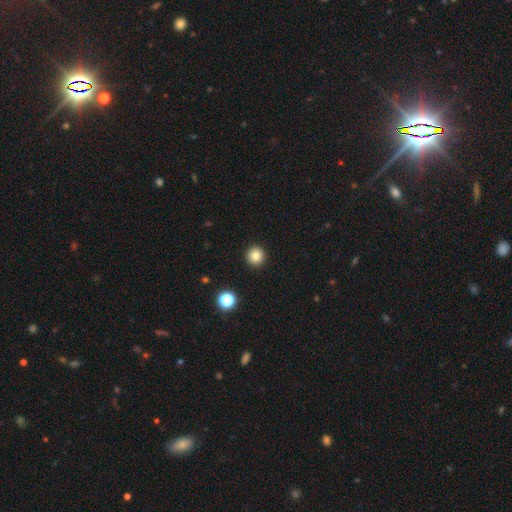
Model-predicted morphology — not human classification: type=smooth (83%); roundness=round (96%); merging=none (93%).